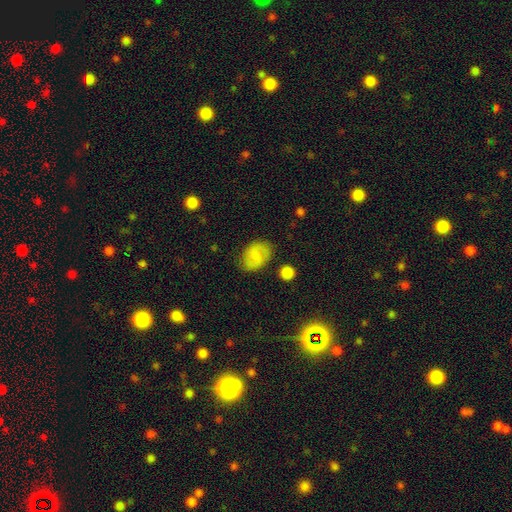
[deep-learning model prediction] A smooth galaxy with no disk features (60%) that is in between round and cigar-shaped (77%). Merging: none (79%).